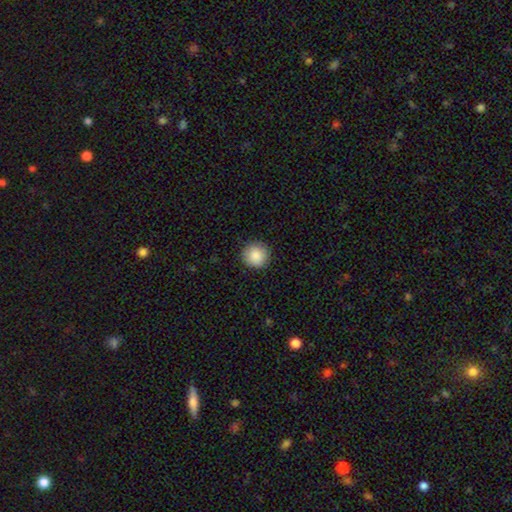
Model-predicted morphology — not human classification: Smooth or featured? smooth (88%)
How rounded? round (96%)
Merging? none (91%)